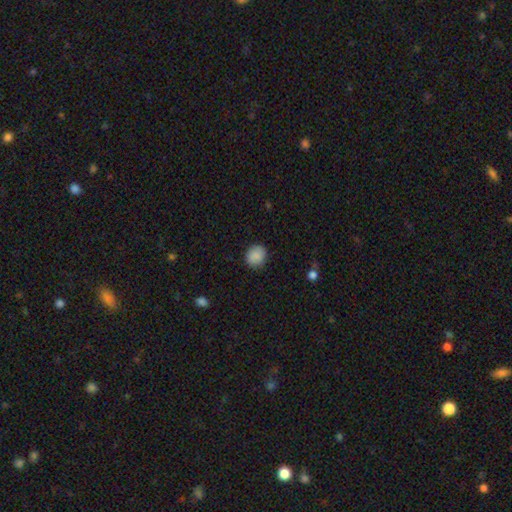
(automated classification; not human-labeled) Q: Smooth or featured?
A: smooth (88%); runner-up: star or artifact (8%)
Q: How rounded?
A: round (79%); runner-up: in between (20%)
Q: Merging?
A: none (87%); runner-up: minor disturbance (9%)